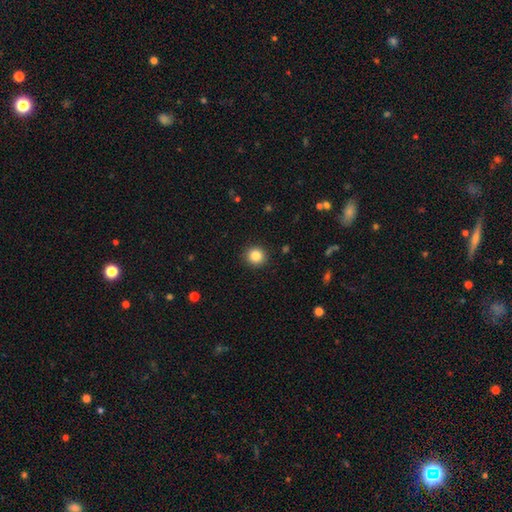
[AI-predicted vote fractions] smooth-or-featured: smooth: 84% | star or artifact: 11% | featured or disk: 5%
  how-rounded: round: 93% | in between: 6% | cigar-shaped: 1%
  merging: none: 92% | minor disturbance: 5% | major disturbance: 2% | merger: 1%